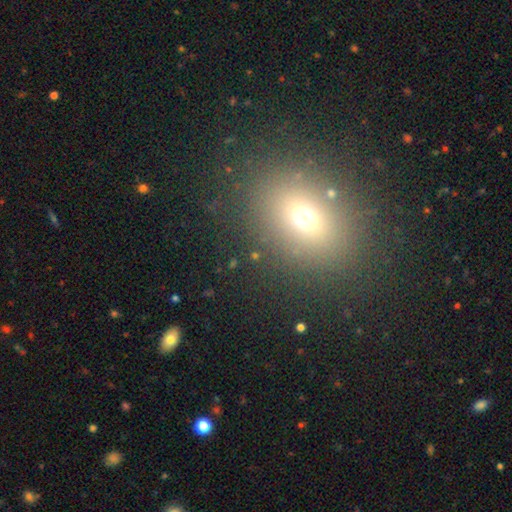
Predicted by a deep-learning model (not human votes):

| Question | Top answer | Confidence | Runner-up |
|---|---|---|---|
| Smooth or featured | smooth | 66% | star or artifact (22%) |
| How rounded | in between | 59% | round (39%) |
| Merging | none | 86% | minor disturbance (8%) |